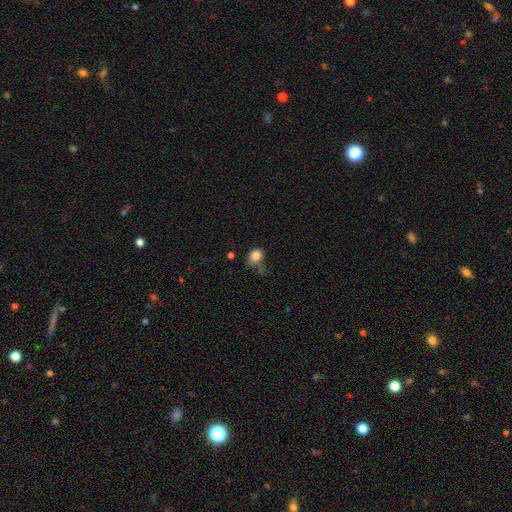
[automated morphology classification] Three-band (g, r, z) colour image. It shows a smooth galaxy with no disk features (84%) that is round (52%). Merging: none (56%).